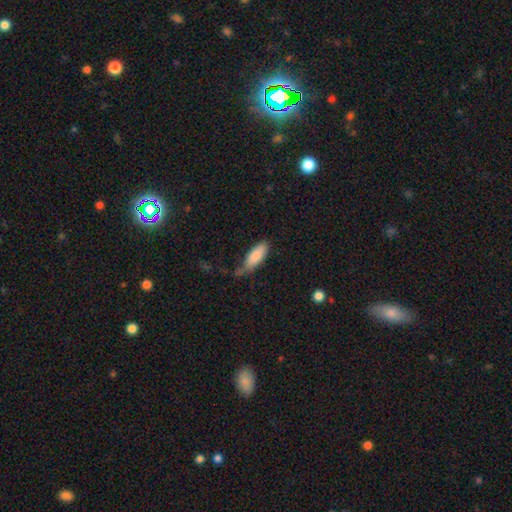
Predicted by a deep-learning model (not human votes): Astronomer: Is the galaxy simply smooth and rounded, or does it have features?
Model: smooth — 84%.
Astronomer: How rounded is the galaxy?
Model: in between — 73%.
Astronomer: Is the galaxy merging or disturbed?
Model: none — 47% (runner-up: minor disturbance, 35%).